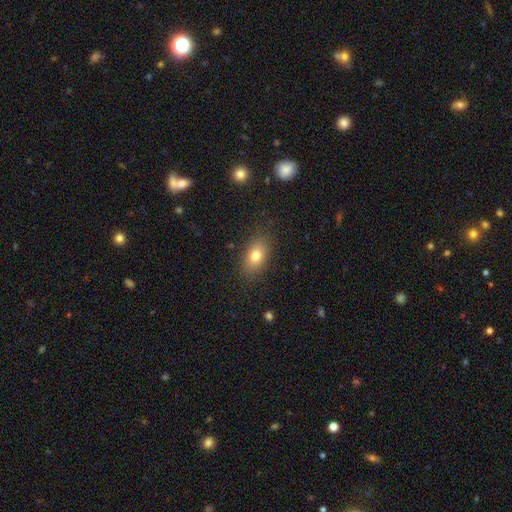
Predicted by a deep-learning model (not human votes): The model was most divided on "smooth or featured": smooth: 77%, featured or disk: 13%, star or artifact: 10%. More confident: merging — none (84%); how rounded — in between (83%).